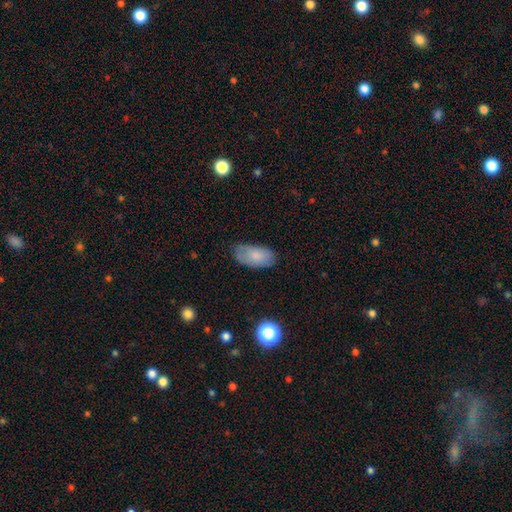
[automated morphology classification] type=smooth (79%); roundness=in between (94%); merging=none (72%).